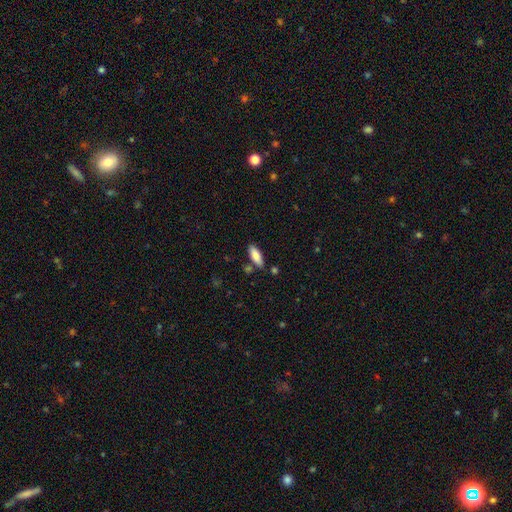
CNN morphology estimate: Smooth or featured?
  - smooth: 86% *
  - featured or disk: 8%
  - star or artifact: 6%
How rounded?
  - in between: 70% *
  - cigar-shaped: 28%
  - round: 2%
Merging?
  - none: 81% *
  - minor disturbance: 12%
  - merger: 5%
  - major disturbance: 3%